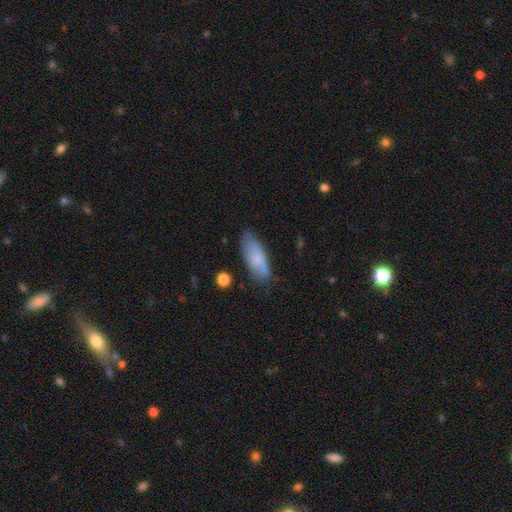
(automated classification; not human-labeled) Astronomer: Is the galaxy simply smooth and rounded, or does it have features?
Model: smooth — 73%.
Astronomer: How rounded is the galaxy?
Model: in between — 68%.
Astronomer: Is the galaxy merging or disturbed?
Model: none — 67%.